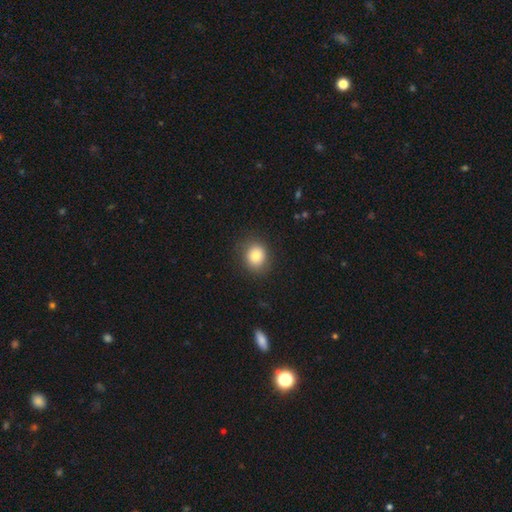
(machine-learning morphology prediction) Smooth or featured? smooth (82%)
How rounded? round (72%)
Merging? none (84%)